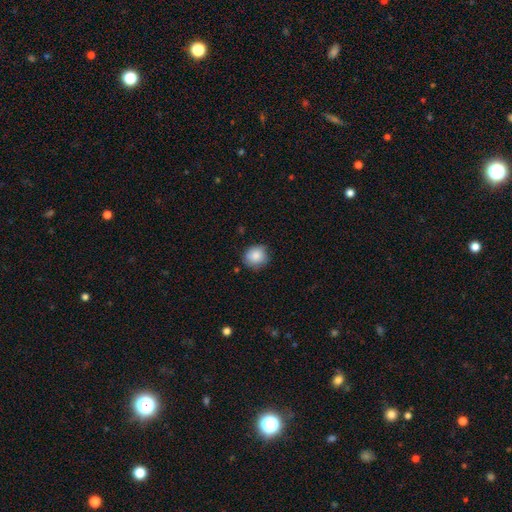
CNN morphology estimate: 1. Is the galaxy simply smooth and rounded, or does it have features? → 85% smooth, 8% star or artifact, 7% featured or disk.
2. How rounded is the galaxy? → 86% round, 13% in between, 1% cigar-shaped.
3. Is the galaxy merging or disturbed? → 79% none, 17% minor disturbance, 3% major disturbance, 1% merger.